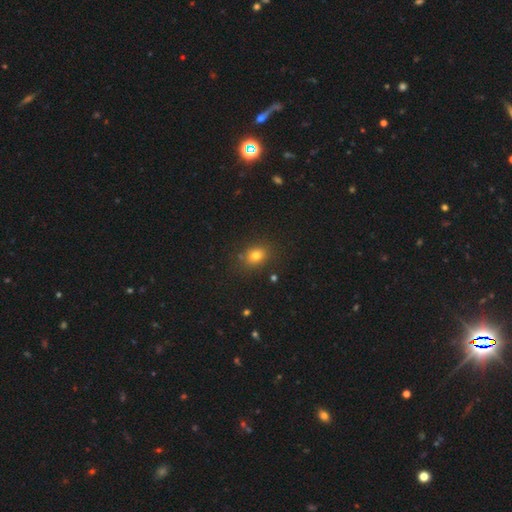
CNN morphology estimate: Smooth or featured?
  - smooth: 77% *
  - star or artifact: 15%
  - featured or disk: 9%
How rounded?
  - round: 53% *
  - in between: 46%
  - cigar-shaped: 1%
Merging?
  - none: 82% *
  - minor disturbance: 12%
  - major disturbance: 4%
  - merger: 3%